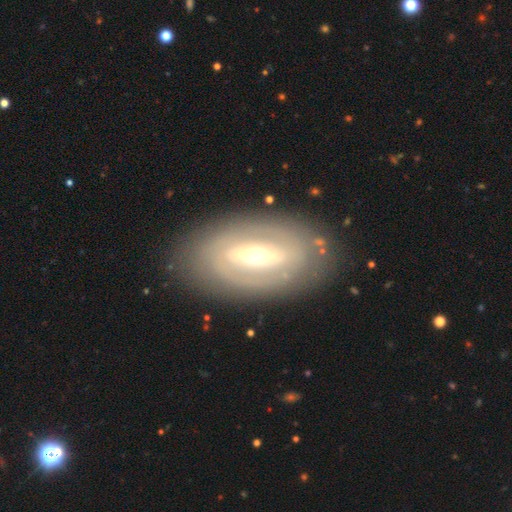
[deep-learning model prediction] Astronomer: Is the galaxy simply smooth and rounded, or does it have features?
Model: featured or disk — 72%.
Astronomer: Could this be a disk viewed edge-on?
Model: no — 89%.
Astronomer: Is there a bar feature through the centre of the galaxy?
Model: strong — 43% (runner-up: weak, 32%).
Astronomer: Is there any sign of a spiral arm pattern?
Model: no — 60% (runner-up: yes, 40%).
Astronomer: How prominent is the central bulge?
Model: moderate — 51% (runner-up: small, 42%).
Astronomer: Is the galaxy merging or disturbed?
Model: none — 83%.